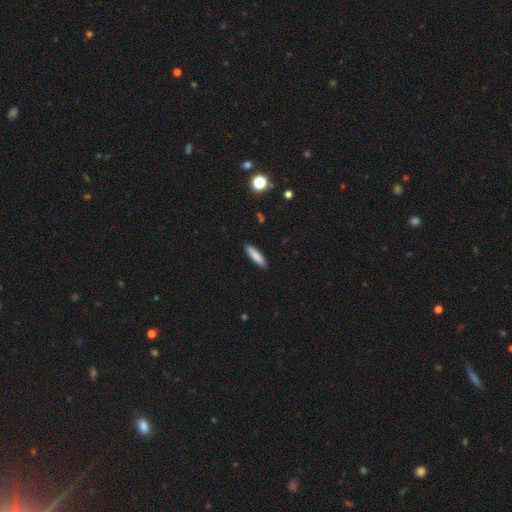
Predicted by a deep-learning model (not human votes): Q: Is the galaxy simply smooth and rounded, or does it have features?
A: smooth — 83%.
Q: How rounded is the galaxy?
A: cigar-shaped — 76%.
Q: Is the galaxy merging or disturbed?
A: none — 89%.